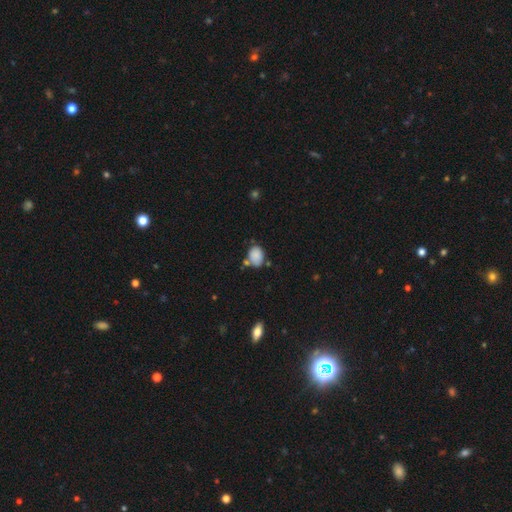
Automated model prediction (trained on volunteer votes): Smooth or featured?
  - smooth: 85% *
  - star or artifact: 9%
  - featured or disk: 6%
How rounded?
  - in between: 70% *
  - round: 29%
  - cigar-shaped: 1%
Merging?
  - none: 60% *
  - minor disturbance: 22%
  - merger: 13%
  - major disturbance: 6%